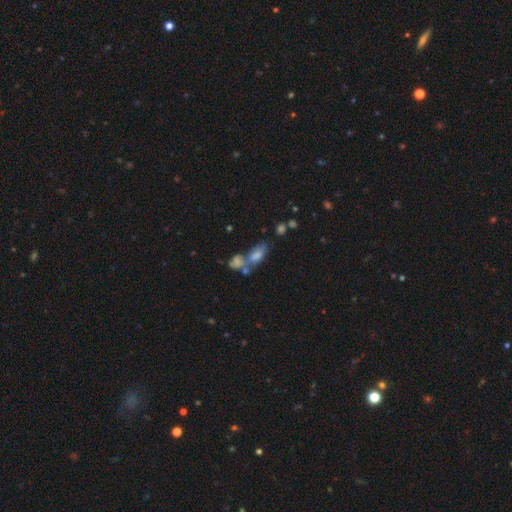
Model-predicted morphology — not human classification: This appears to be a smooth galaxy with no disk features (56%) that is in between round and cigar-shaped (79%). Merging: merger (49%).